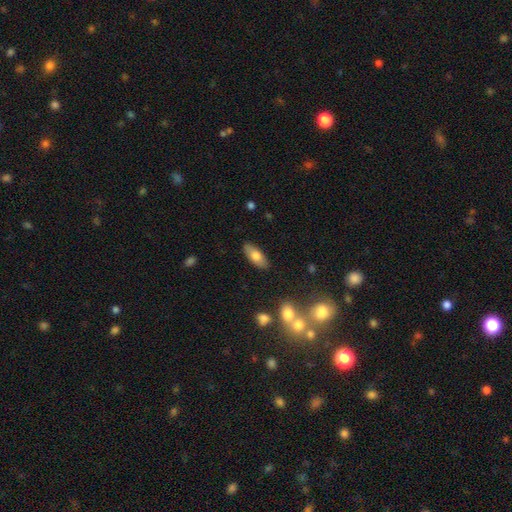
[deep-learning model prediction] Smooth or featured? Predicted: smooth (p=0.72). How rounded? Predicted: in between (p=0.77). Merging? Predicted: none (p=0.86).